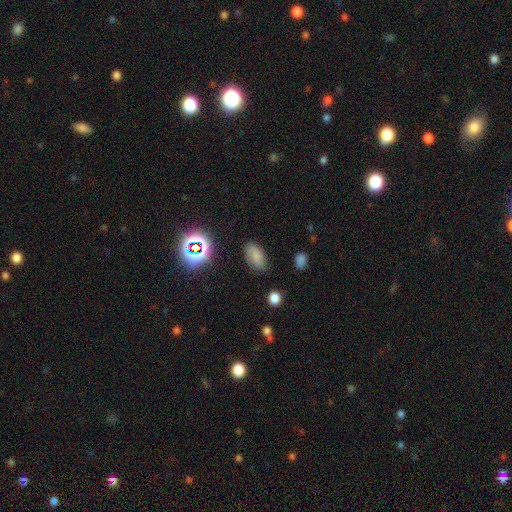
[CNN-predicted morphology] Q: Smooth or featured?
A: smooth (68%); runner-up: star or artifact (16%)
Q: How rounded?
A: in between (91%); runner-up: round (6%)
Q: Merging?
A: none (76%); runner-up: minor disturbance (18%)